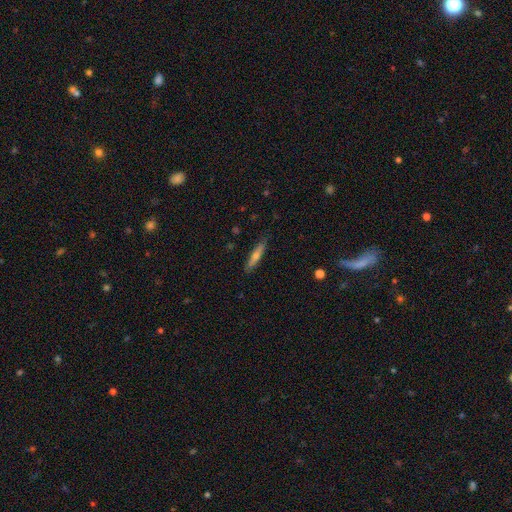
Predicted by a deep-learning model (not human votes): A smooth galaxy with no disk features (51%) that is cigar-shaped (89%). Merging: none (87%).